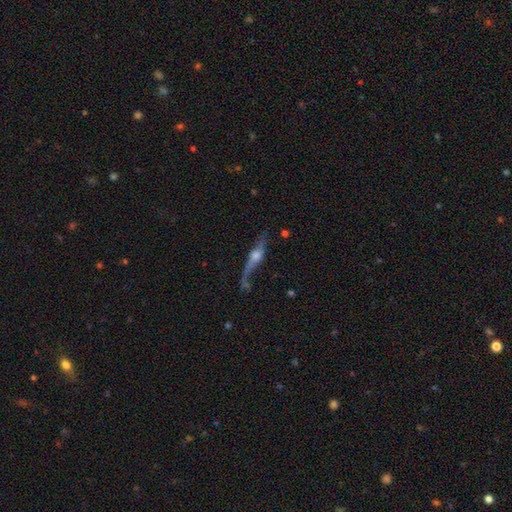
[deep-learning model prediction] Overall: featured or disk (75%). Edge-on disk: yes (68%; no 32%). Edge-on bulge: rounded (90%). Merging: none (52%; major disturbance 22%).